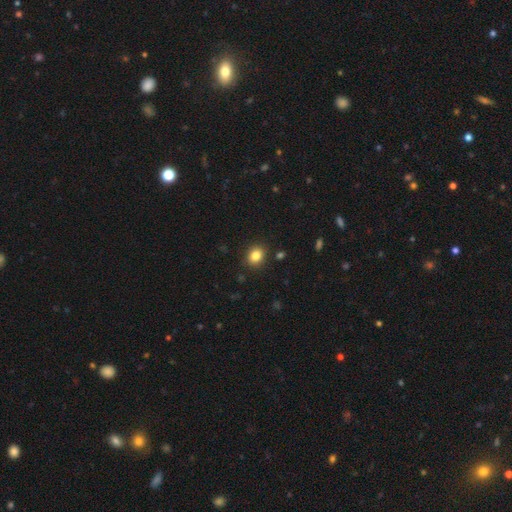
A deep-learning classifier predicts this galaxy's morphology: Smooth or featured?
  - smooth: 84% *
  - star or artifact: 11%
  - featured or disk: 6%
How rounded?
  - round: 62% *
  - in between: 37%
  - cigar-shaped: 1%
Merging?
  - none: 89% *
  - minor disturbance: 7%
  - major disturbance: 2%
  - merger: 2%